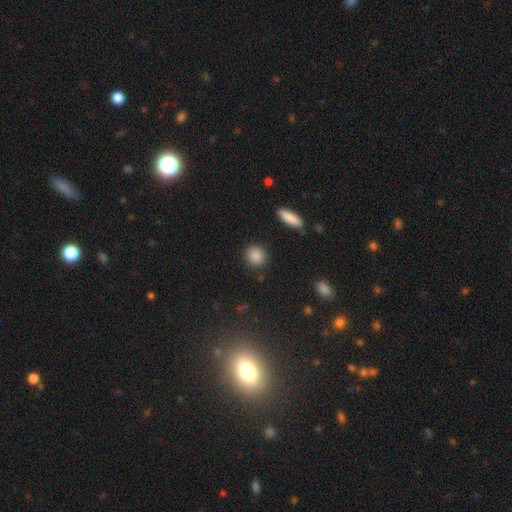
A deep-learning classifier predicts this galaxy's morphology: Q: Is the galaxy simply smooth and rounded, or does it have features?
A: smooth — 87%.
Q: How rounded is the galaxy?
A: round — 87%.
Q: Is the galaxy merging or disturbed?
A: none — 88%.